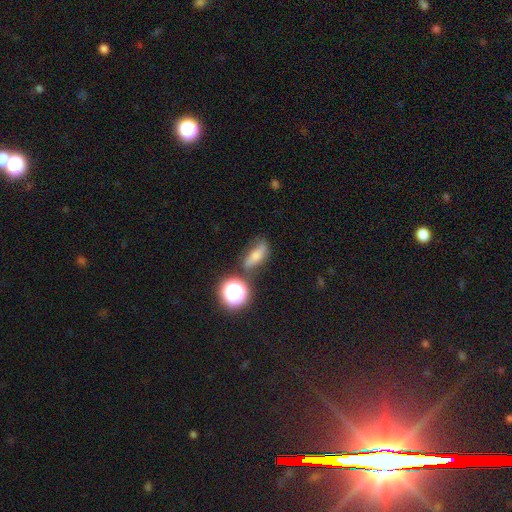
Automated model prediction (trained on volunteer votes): Smooth or featured: smooth — 57% (featured or disk — 26%)
How rounded: in between — 53% (cigar-shaped — 27%)
Merging: none — 67% (minor disturbance — 18%)